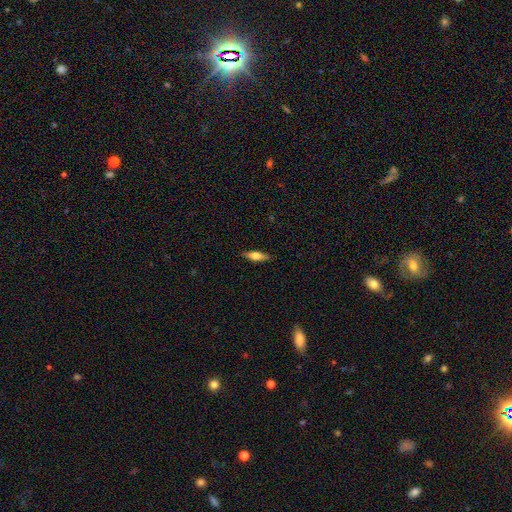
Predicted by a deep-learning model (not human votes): This appears to be a smooth galaxy with no disk features (51%) that is cigar-shaped (56%). Merging: none (89%).